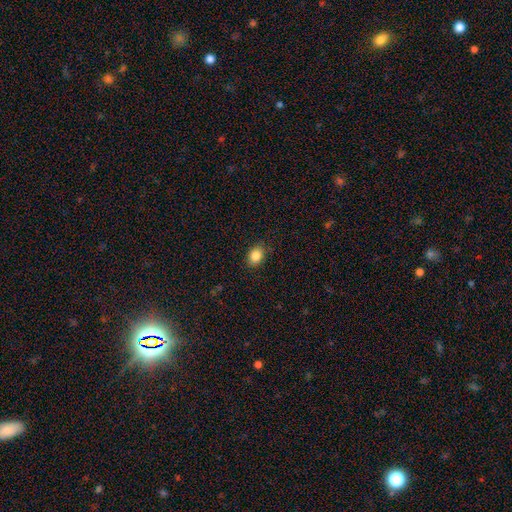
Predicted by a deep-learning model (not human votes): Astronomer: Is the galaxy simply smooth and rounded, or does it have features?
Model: smooth — 86%.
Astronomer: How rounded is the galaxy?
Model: in between — 68%.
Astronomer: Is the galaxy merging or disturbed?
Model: none — 85%.